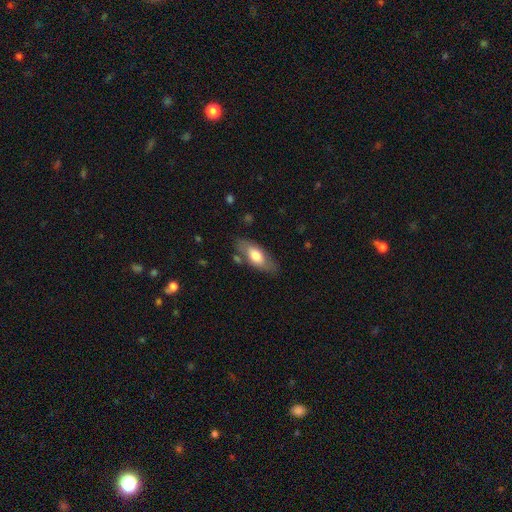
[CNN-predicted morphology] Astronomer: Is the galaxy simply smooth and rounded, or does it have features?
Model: smooth — 68%.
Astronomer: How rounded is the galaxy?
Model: in between — 84%.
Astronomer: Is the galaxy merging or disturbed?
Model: none — 75%.